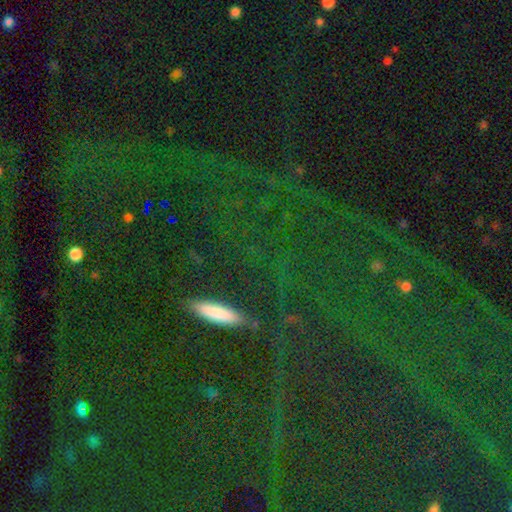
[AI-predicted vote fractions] This is likely a star or artifact rather than a galaxy (60%).